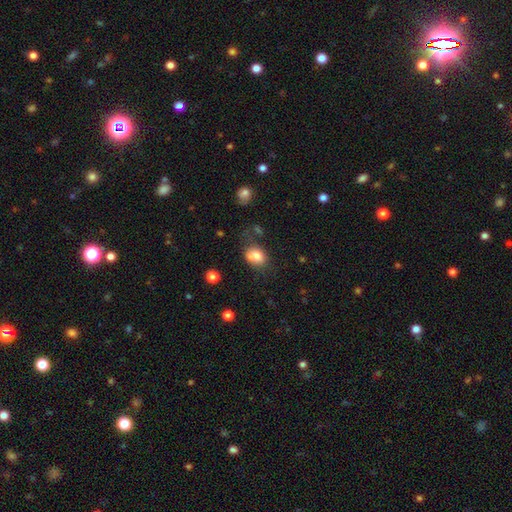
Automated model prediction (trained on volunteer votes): This is likely a smooth galaxy (79%). How rounded: likely in between (63%). Merging: possibly none (50%).